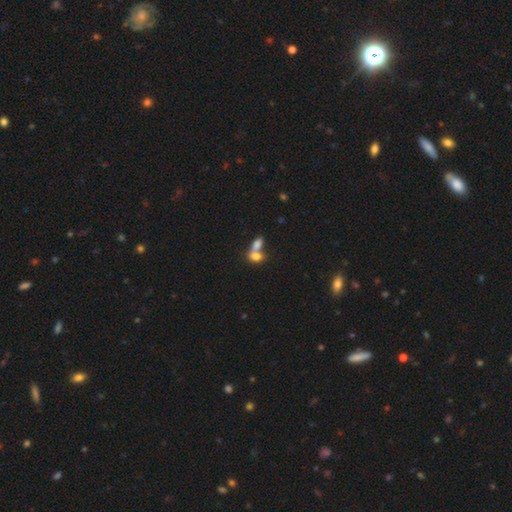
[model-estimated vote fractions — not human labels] Smooth or featured: smooth — 78% (featured or disk — 13%)
How rounded: in between — 83% (round — 13%)
Merging: merger — 69% (none — 21%)